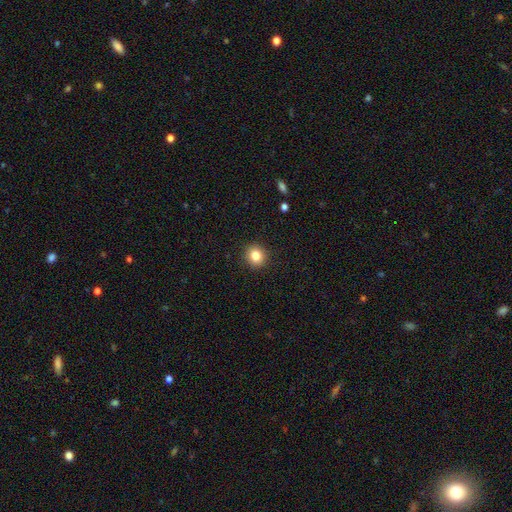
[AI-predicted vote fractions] A smooth galaxy with no disk features (83%) that is round (89%). Merging: none (92%).